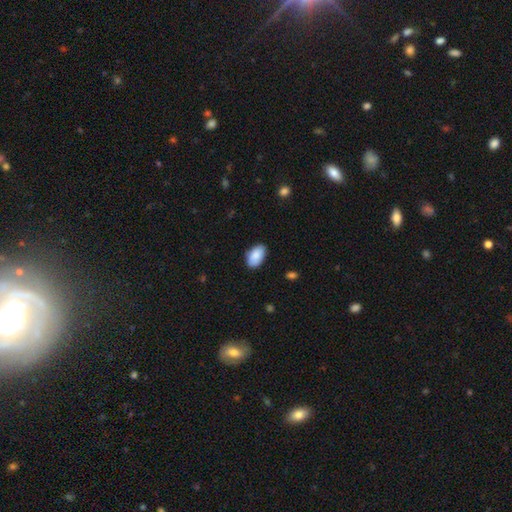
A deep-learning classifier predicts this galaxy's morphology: Smooth or featured: smooth — 89% (star or artifact — 6%)
How rounded: in between — 94% (round — 5%)
Merging: none — 83% (minor disturbance — 13%)